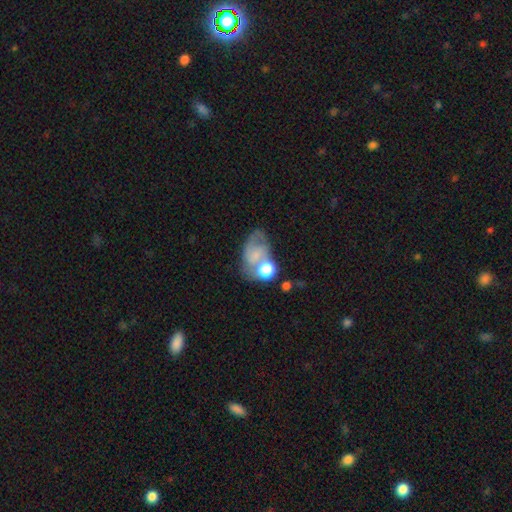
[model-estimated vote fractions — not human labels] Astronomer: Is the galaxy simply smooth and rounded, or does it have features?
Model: smooth — 48% (runner-up: featured or disk, 41%).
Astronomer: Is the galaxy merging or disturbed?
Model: merger — 36% (runner-up: none, 25%).